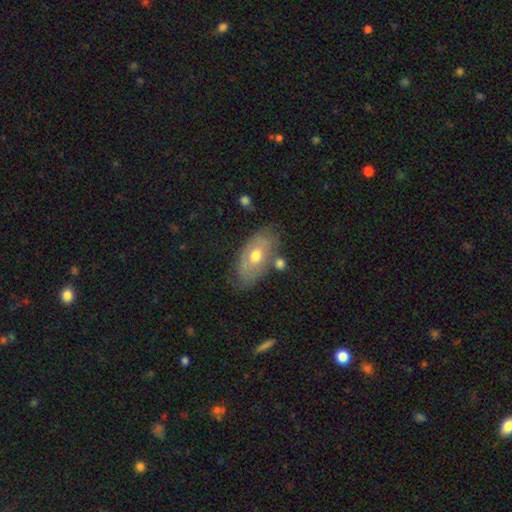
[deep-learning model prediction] Morphology: type=smooth (51%); roundness=in between (89%); merging=none (59%).